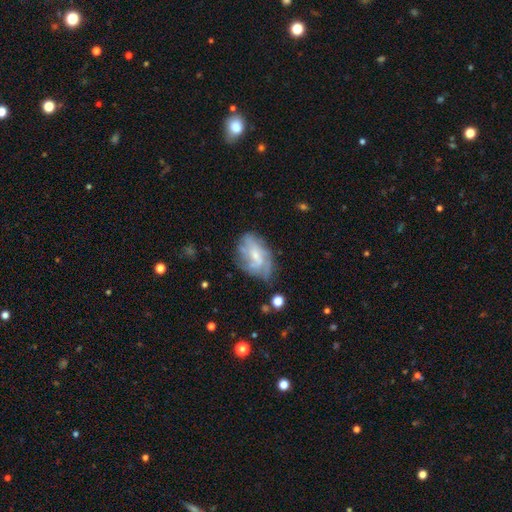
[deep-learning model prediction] Smooth or featured: featured or disk — 66% (smooth — 26%)
Edge-on disk: no — 96% (yes — 4%)
Bar: no — 54% (weak — 38%)
Spiral arms: yes — 71% (no — 29%)
Bulge size: small — 56% (moderate — 31%)
Merging: none — 55% (minor disturbance — 27%)